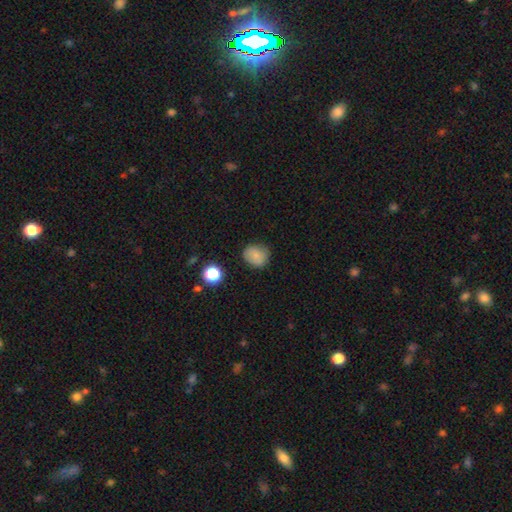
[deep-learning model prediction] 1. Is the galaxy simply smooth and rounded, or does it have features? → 80% smooth, 11% star or artifact, 8% featured or disk.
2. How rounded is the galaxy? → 73% round, 26% in between, 1% cigar-shaped.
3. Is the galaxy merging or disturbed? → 79% none, 16% minor disturbance, 4% major disturbance, 2% merger.